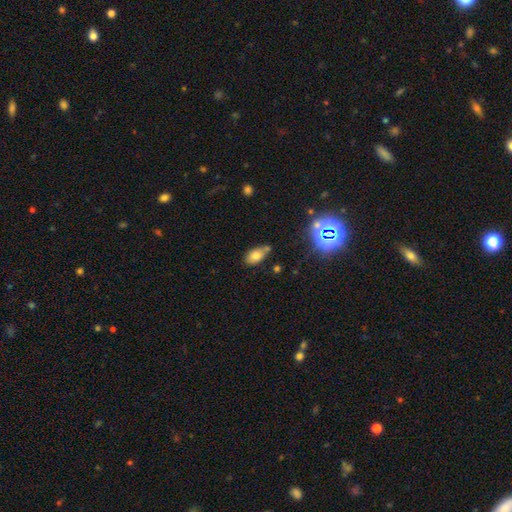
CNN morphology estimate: The model was most divided on "merging": none: 55%, minor disturbance: 26%, merger: 12%, major disturbance: 6%. More confident: how rounded — in between (89%); smooth or featured — smooth (72%).